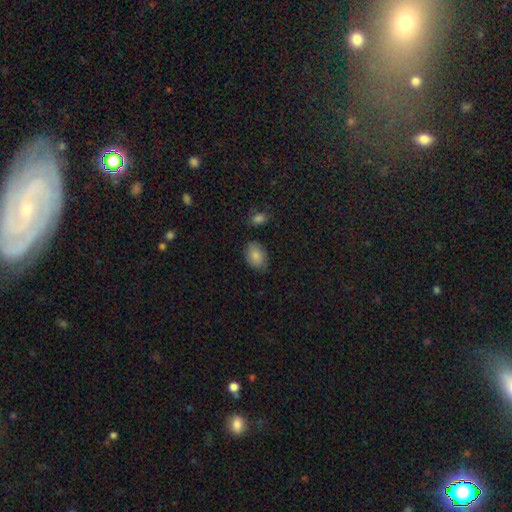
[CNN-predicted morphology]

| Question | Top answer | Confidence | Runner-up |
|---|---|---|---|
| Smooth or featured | smooth | 83% | featured or disk (10%) |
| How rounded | in between | 78% | round (21%) |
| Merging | none | 75% | minor disturbance (18%) |